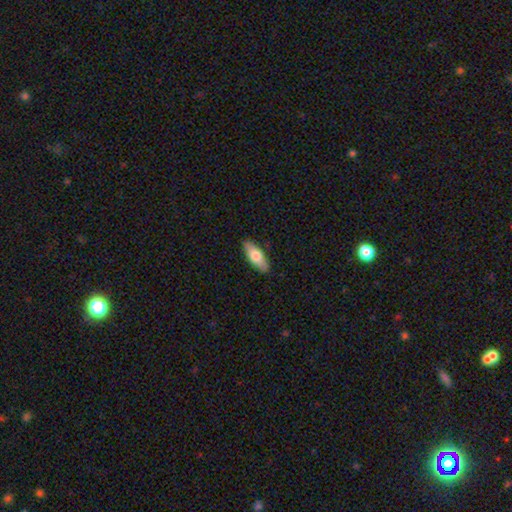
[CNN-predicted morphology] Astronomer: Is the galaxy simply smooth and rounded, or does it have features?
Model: smooth — 72%.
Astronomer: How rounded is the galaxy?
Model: in between — 70%.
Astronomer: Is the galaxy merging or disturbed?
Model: none — 88%.